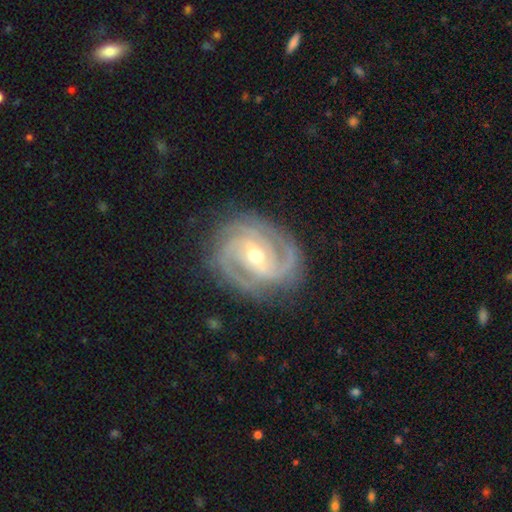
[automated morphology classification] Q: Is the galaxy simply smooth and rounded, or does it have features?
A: featured or disk — 93%.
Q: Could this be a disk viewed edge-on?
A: no — 97%.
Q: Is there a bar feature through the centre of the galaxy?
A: weak — 45%.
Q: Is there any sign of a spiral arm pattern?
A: yes — 98%.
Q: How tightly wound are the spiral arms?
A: tight — 66%.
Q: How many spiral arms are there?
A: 3 — 48%.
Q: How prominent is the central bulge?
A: moderate — 62%.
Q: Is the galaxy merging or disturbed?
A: none — 81%.